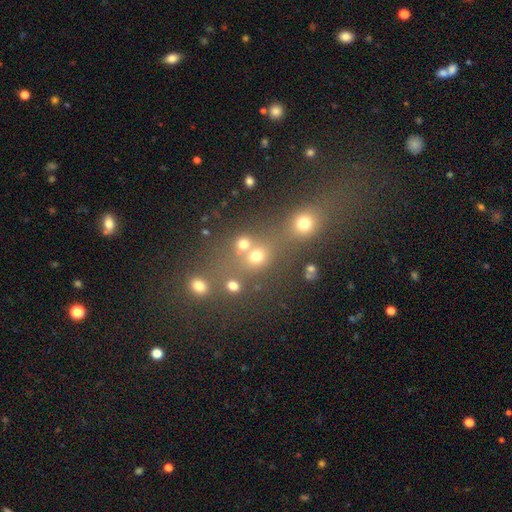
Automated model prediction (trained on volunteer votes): Q: Smooth or featured?
A: star or artifact (52%); runner-up: smooth (25%)